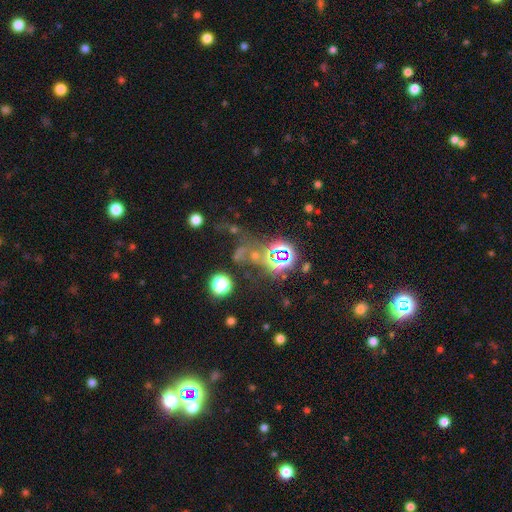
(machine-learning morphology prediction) Smooth or featured? star or artifact (66%)